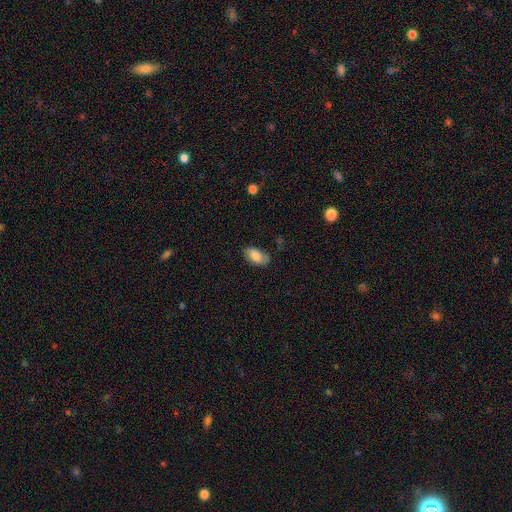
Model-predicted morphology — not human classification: The model was most divided on "merging": none: 72%, minor disturbance: 21%, major disturbance: 5%, merger: 2%. More confident: how rounded — in between (94%); smooth or featured — smooth (81%).